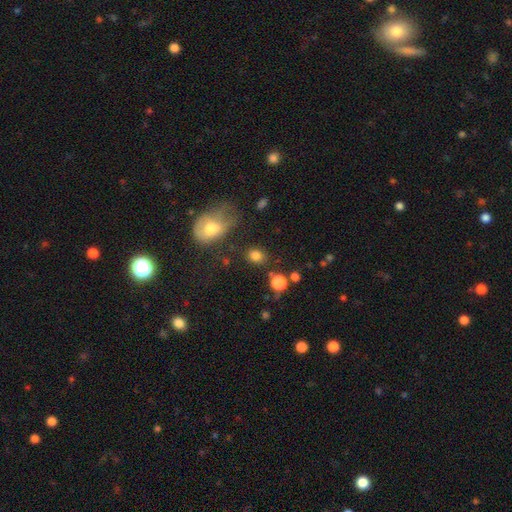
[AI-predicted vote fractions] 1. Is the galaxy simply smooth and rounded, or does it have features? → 82% smooth, 12% star or artifact, 6% featured or disk.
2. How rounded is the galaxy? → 56% round, 43% in between, 1% cigar-shaped.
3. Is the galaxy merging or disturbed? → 78% none, 12% minor disturbance, 6% merger, 5% major disturbance.